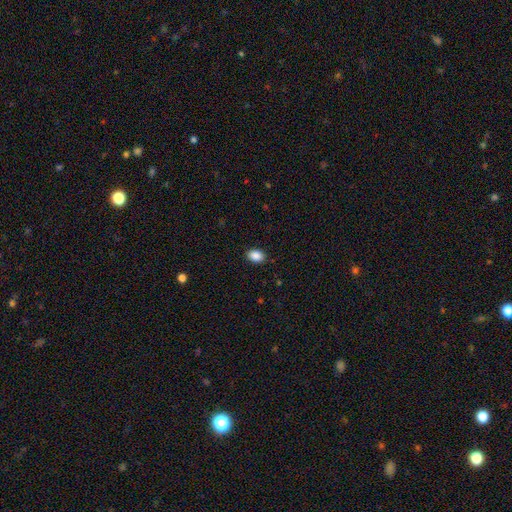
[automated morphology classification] Smooth or featured? Predicted: smooth (p=0.89). How rounded? Predicted: in between (p=0.76). Merging? Predicted: none (p=0.89).